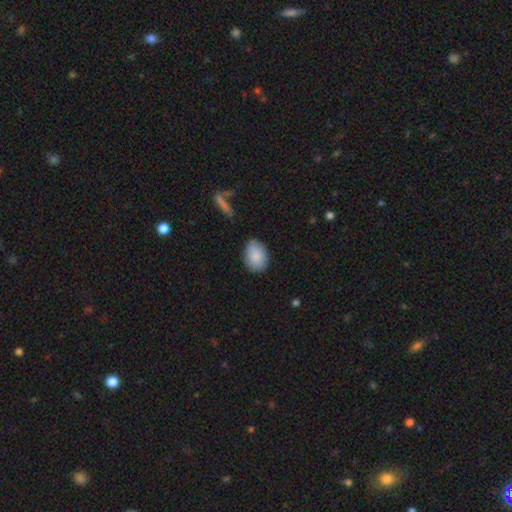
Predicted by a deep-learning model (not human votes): A smooth galaxy with no disk features (86%) that is in between round and cigar-shaped (78%). Merging: none (80%).